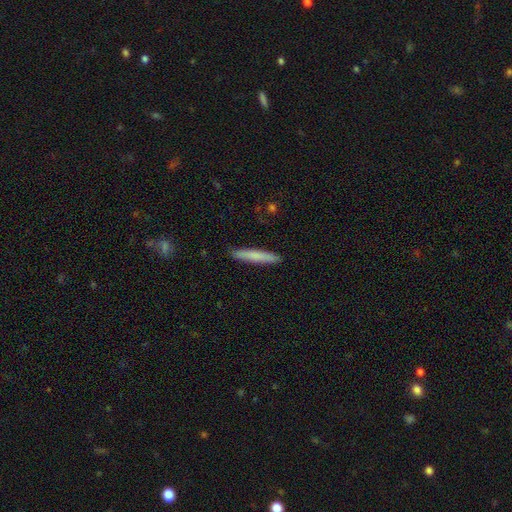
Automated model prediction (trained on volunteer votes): Morphology: type=smooth (76%); roundness=cigar-shaped (94%); merging=none (91%).